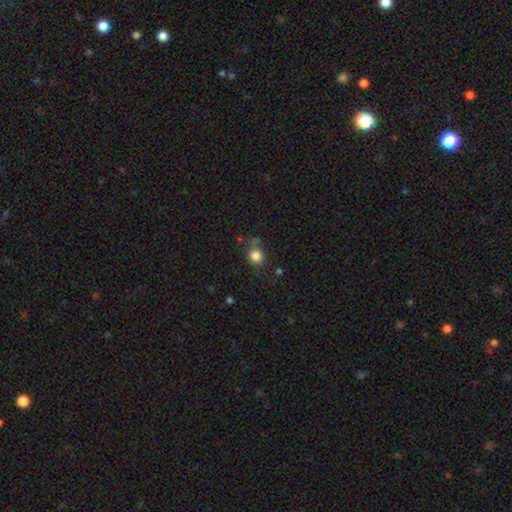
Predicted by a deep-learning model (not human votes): Smooth or featured? Predicted: smooth (p=0.83). How rounded? Predicted: round (p=0.86). Merging? Predicted: none (p=0.69).